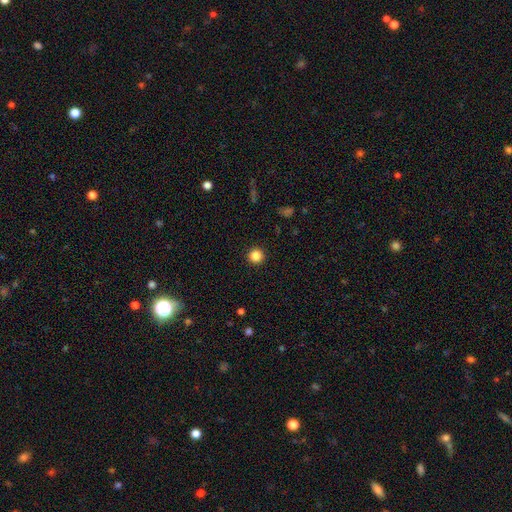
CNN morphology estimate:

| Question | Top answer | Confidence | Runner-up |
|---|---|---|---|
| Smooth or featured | smooth | 85% | star or artifact (11%) |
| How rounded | round | 96% | in between (3%) |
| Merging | none | 93% | minor disturbance (4%) |